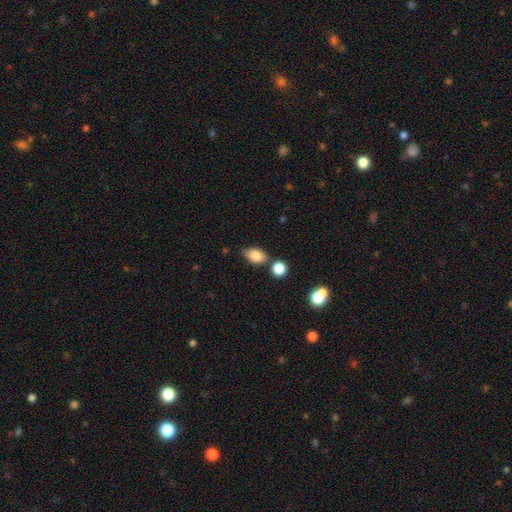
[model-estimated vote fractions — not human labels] Morphology: type=smooth (83%); roundness=in between (83%); merging=none (65%).